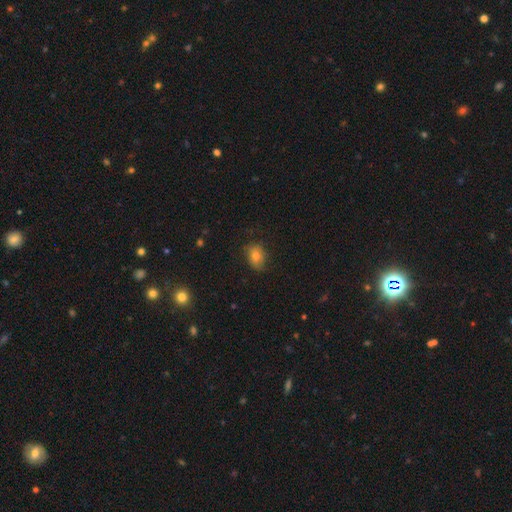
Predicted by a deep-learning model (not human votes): Smooth or featured? smooth (76%)
How rounded? in between (71%)
Merging? none (74%)